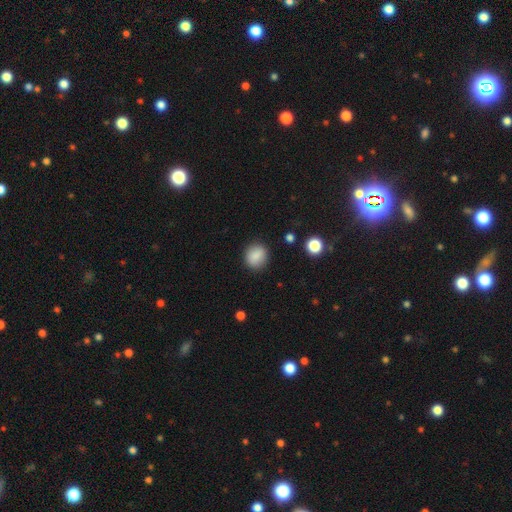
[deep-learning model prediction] Smooth or featured: smooth — 86% (star or artifact — 9%)
How rounded: round — 72% (in between — 27%)
Merging: none — 87% (minor disturbance — 9%)